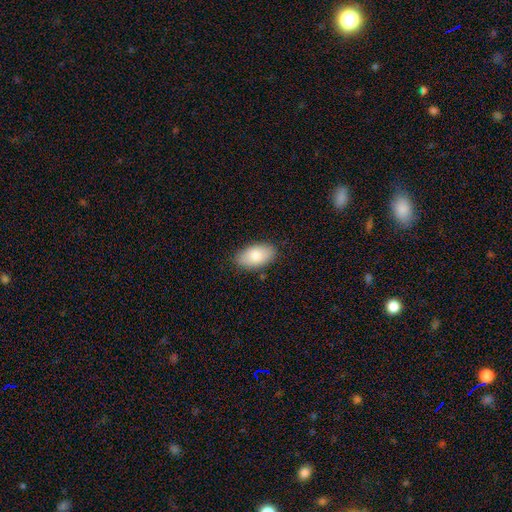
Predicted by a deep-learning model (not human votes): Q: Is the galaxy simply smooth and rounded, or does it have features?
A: smooth — 82%.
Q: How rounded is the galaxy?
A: in between — 94%.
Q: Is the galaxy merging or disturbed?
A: none — 83%.